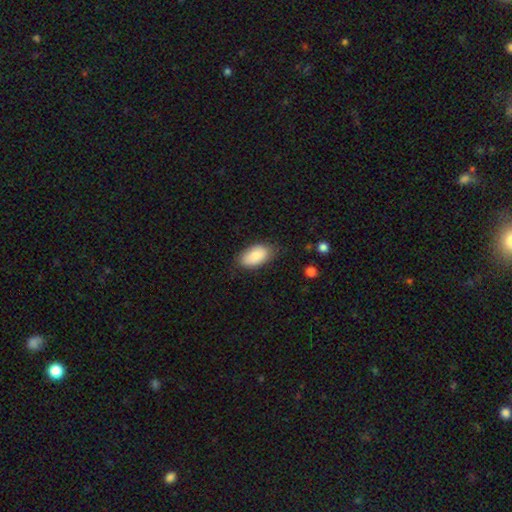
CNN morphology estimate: Smooth or featured?
  - smooth: 85% *
  - featured or disk: 8%
  - star or artifact: 6%
How rounded?
  - in between: 94% *
  - round: 4%
  - cigar-shaped: 2%
Merging?
  - none: 77% *
  - minor disturbance: 18%
  - major disturbance: 4%
  - merger: 1%